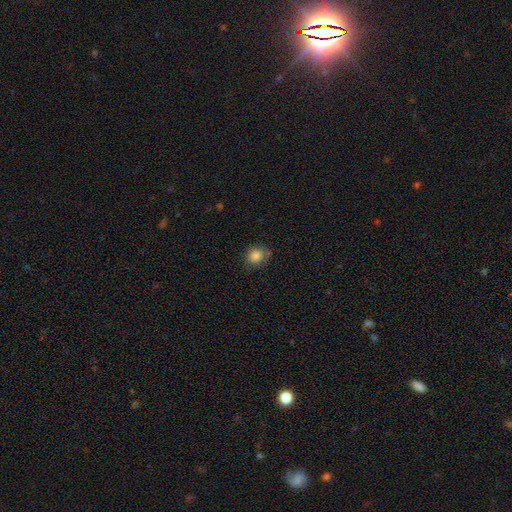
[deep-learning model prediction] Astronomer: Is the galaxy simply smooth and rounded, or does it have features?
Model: smooth — 85%.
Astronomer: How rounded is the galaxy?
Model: round — 72%.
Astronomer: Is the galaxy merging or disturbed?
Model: none — 78%.